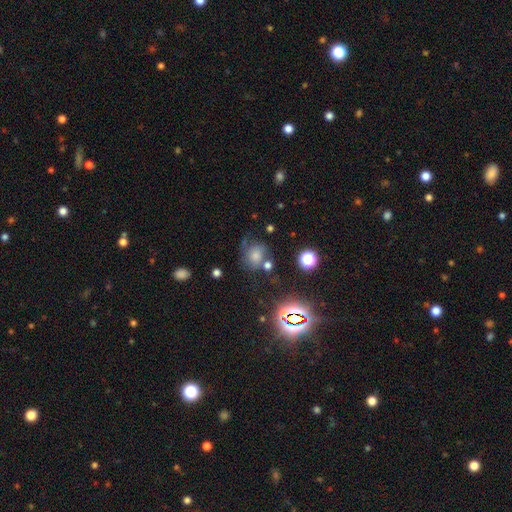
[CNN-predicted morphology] Overall: smooth (57%; featured or disk 22%). How rounded: round (69%; in between 30%). Merging: none (49%; minor disturbance 23%).